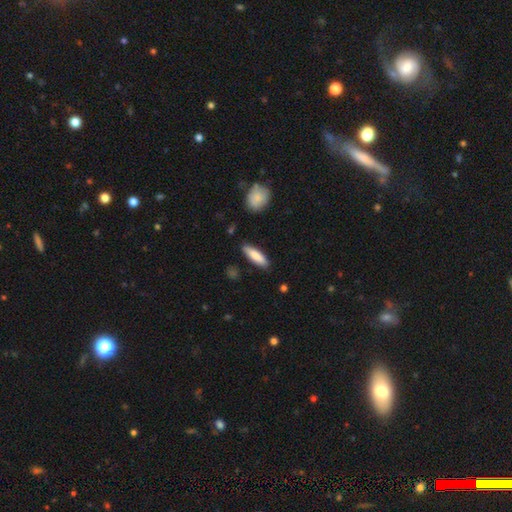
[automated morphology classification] type=smooth (82%); roundness=cigar-shaped (56%); merging=none (86%).